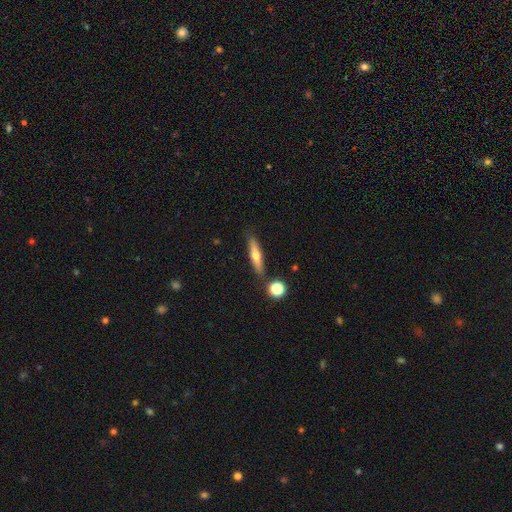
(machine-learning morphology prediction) Overall: smooth (53%; featured or disk 40%). How rounded: cigar-shaped (81%). Merging: none (81%).